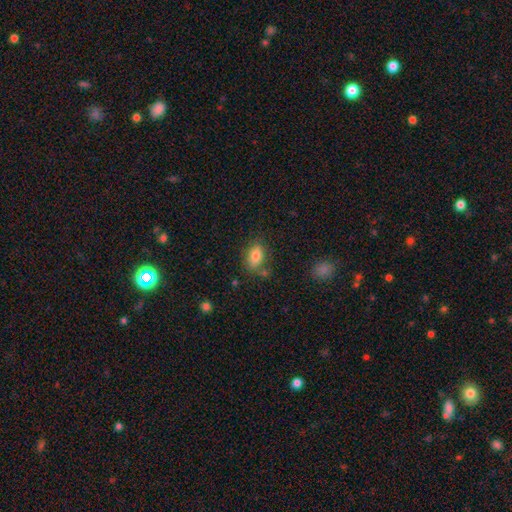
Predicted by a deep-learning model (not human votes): smooth_or_featured: smooth (p=0.80) [alt: featured or disk p=0.11]
how_rounded: in between (p=0.87) [alt: round p=0.09]
merging: none (p=0.69) [alt: minor disturbance p=0.17]